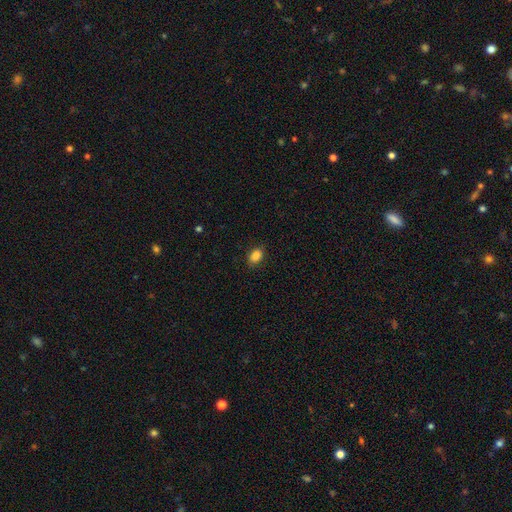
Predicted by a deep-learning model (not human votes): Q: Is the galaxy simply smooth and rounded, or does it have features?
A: smooth — 87%.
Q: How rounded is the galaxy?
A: in between — 85%.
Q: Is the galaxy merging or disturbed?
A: none — 84%.